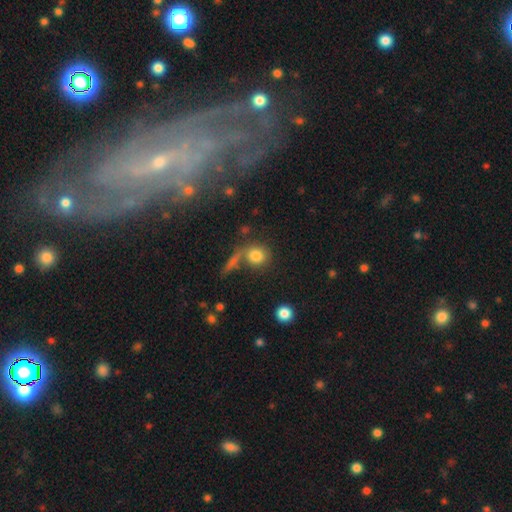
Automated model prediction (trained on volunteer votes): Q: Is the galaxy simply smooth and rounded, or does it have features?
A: smooth — 79%.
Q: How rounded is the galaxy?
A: round — 77%.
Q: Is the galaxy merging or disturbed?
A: none — 59%.